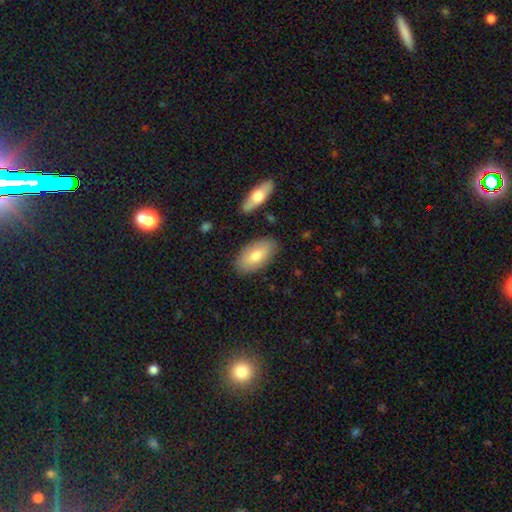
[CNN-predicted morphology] A smooth galaxy with no disk features (75%) that is in between round and cigar-shaped (93%). Merging: none (84%).